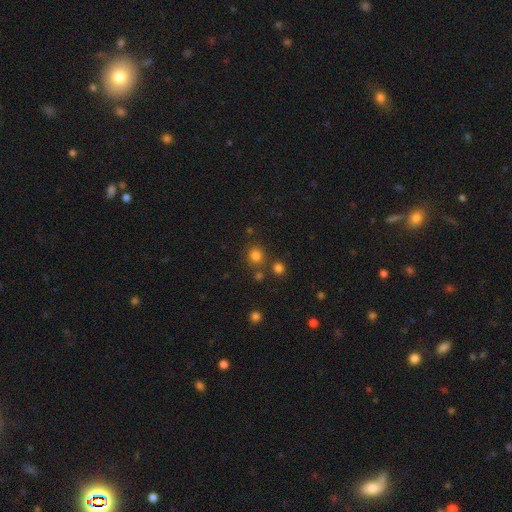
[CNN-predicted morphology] smooth-or-featured: smooth: 79% | star or artifact: 16% | featured or disk: 5%
  how-rounded: round: 89% | in between: 10% | cigar-shaped: 1%
  merging: none: 79% | merger: 10% | minor disturbance: 8% | major disturbance: 3%